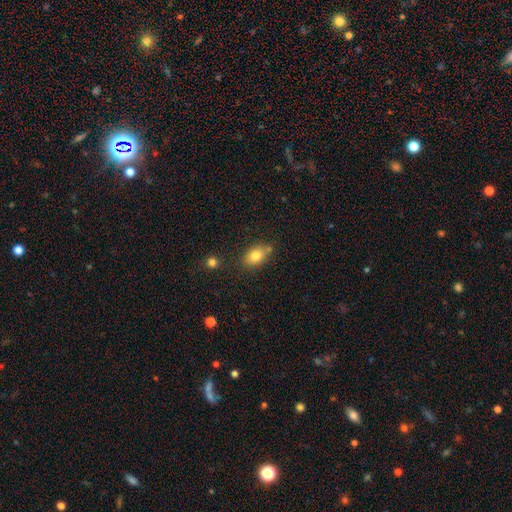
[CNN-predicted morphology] Smooth or featured: smooth — 81% (featured or disk — 10%)
How rounded: in between — 84% (round — 14%)
Merging: none — 70% (minor disturbance — 15%)